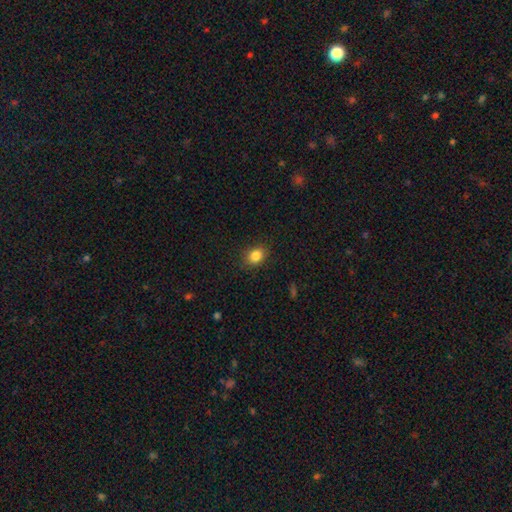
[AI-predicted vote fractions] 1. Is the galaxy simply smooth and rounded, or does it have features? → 84% smooth, 10% star or artifact, 5% featured or disk.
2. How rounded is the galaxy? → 52% round, 47% in between, 1% cigar-shaped.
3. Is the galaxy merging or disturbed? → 85% none, 11% minor disturbance, 3% major disturbance, 1% merger.